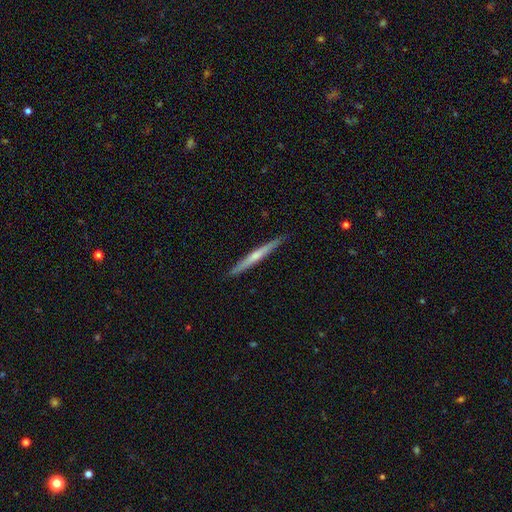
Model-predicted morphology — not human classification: A featured or disk galaxy (56%) viewed edge-on (97%) with a rounded central bulge (48%).

Vote fractions:
- Smooth or featured? featured or disk: 56% / smooth: 38% / star or artifact: 5%
- Edge-on disk? yes: 97% / no: 3%
- Edge-on bulge? rounded: 48% / none: 46% / boxy: 5%
- Merging? none: 91% / minor disturbance: 7% / major disturbance: 1% / merger: 1%